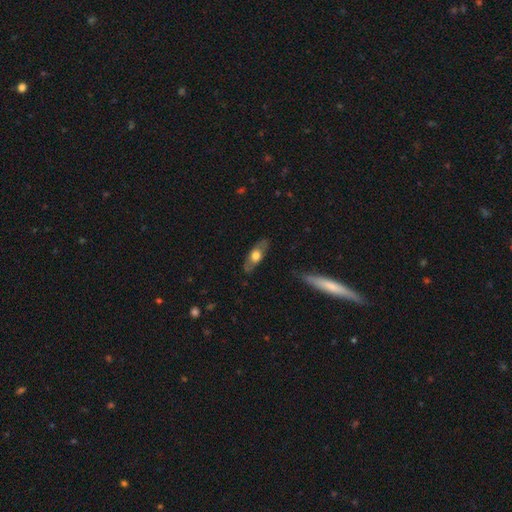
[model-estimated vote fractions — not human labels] Smooth or featured? Predicted: smooth (p=0.50). Merging? Predicted: none (p=0.79).